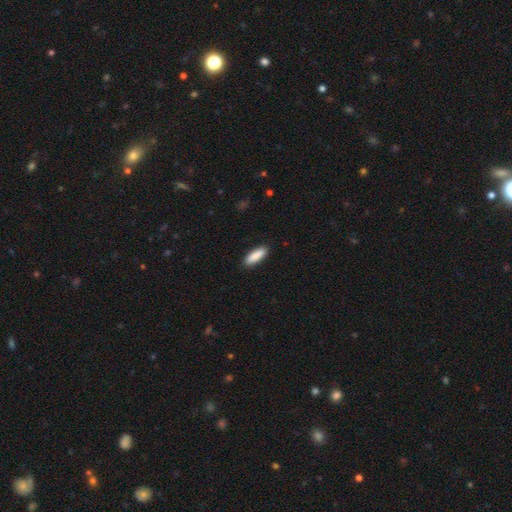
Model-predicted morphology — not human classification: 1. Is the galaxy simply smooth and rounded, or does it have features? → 89% smooth, 6% featured or disk, 6% star or artifact.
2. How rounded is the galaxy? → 51% in between, 47% cigar-shaped, 2% round.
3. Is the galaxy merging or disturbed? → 90% none, 7% minor disturbance, 2% major disturbance, 1% merger.